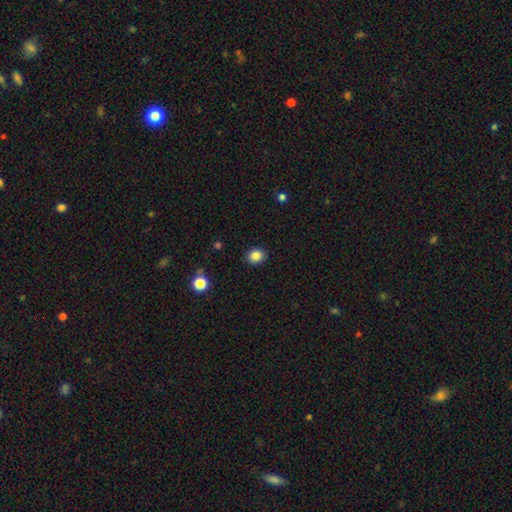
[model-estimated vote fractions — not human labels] Q: Smooth or featured?
A: smooth (85%); runner-up: star or artifact (10%)
Q: How rounded?
A: round (54%); runner-up: in between (45%)
Q: Merging?
A: none (88%); runner-up: minor disturbance (8%)